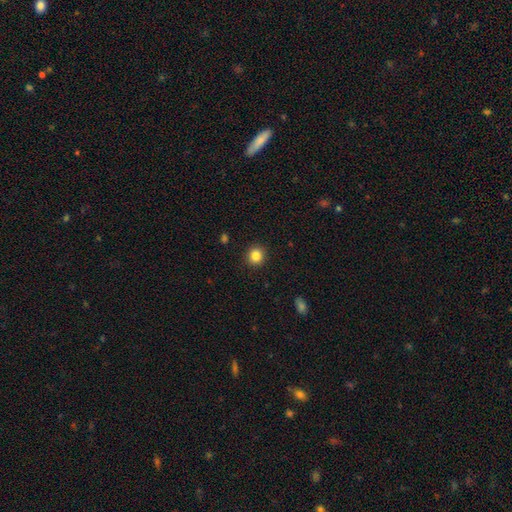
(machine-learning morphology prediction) smooth-or-featured: smooth: 84% | star or artifact: 11% | featured or disk: 5%
  how-rounded: round: 90% | in between: 9% | cigar-shaped: 1%
  merging: none: 92% | minor disturbance: 5% | major disturbance: 2% | merger: 1%